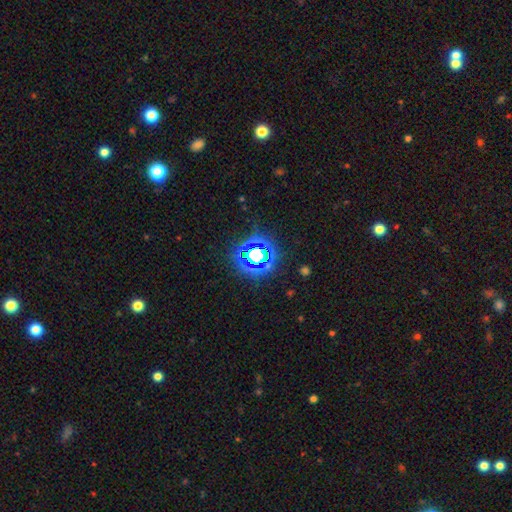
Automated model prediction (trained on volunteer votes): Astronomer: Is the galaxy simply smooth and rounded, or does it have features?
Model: star or artifact — 70%.